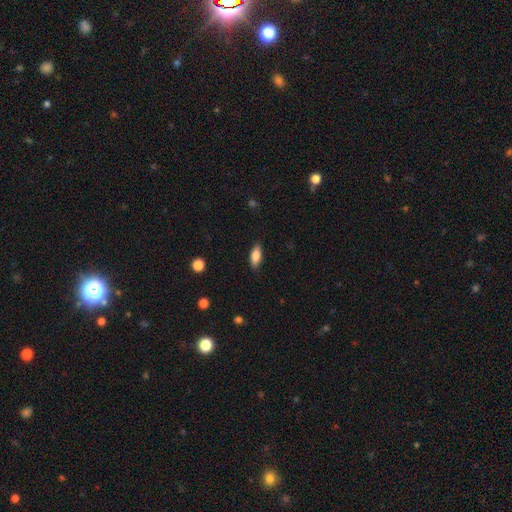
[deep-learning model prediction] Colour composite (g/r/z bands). It shows a smooth galaxy with no disk features (81%) that is in between round and cigar-shaped (78%). Merging: none (86%).